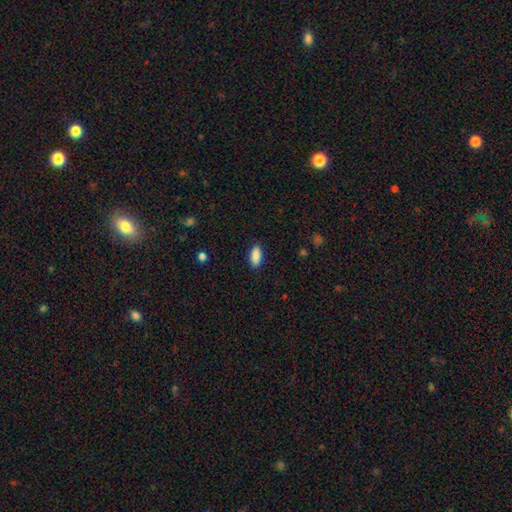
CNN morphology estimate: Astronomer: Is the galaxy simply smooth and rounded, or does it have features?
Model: smooth — 89%.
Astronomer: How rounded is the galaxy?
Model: in between — 85%.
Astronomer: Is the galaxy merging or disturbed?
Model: none — 88%.